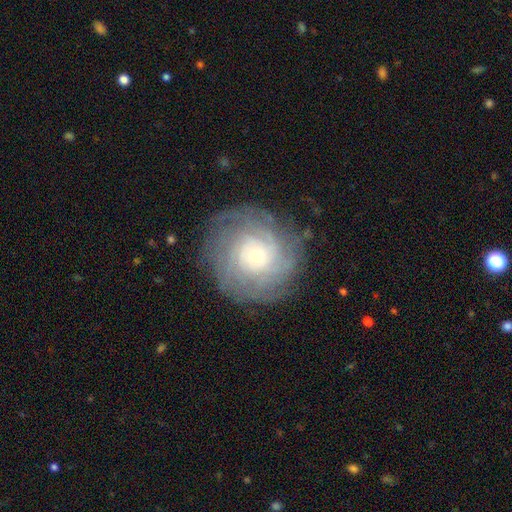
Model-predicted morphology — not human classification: Smooth or featured? featured or disk (75%)
Edge-on disk? no (97%)
Bar? no (82%)
Spiral arms? yes (93%)
Spiral winding? tight (76%)
Spiral arm count? can't tell (43%)
Bulge size? small (51%)
Merging? none (81%)